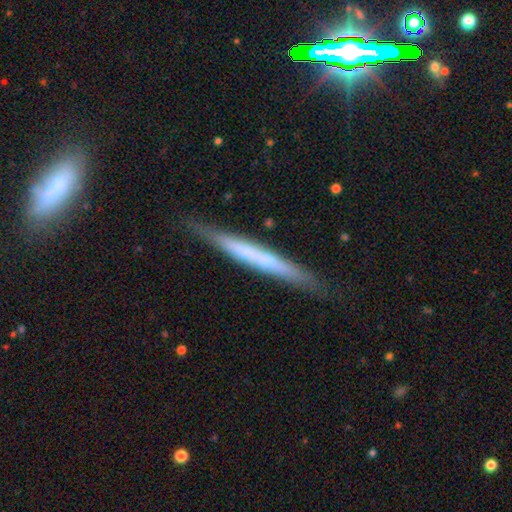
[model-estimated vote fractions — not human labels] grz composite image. It shows a featured or disk galaxy (53%) viewed edge-on (94%). Merging: none (85%).